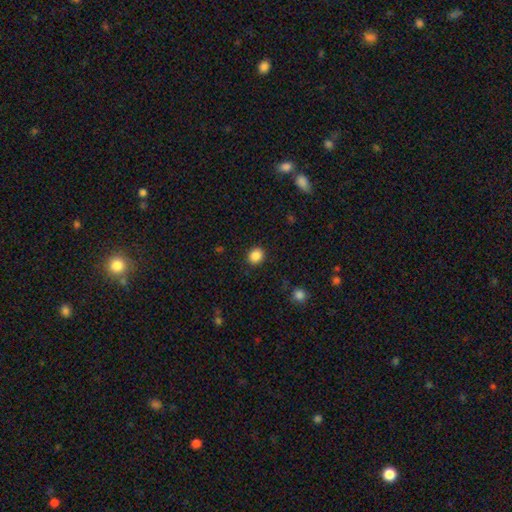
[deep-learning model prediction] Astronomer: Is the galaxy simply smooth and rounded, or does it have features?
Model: smooth — 87%.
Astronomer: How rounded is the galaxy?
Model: round — 76%.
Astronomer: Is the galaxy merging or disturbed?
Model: none — 89%.